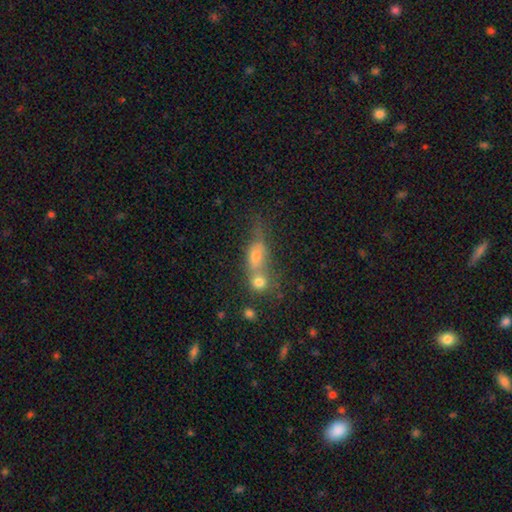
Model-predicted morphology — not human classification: Q: Smooth or featured?
A: smooth (59%); runner-up: featured or disk (24%)
Q: How rounded?
A: in between (47%); runner-up: round (38%)
Q: Merging?
A: merger (59%); runner-up: none (24%)